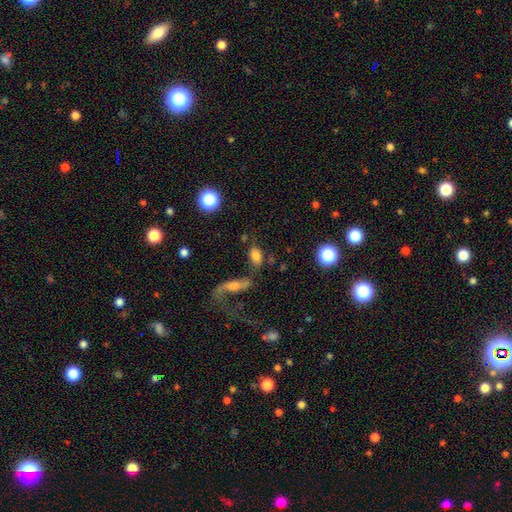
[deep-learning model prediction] Smooth or featured?
  - smooth: 73% *
  - featured or disk: 14%
  - star or artifact: 12%
How rounded?
  - in between: 82% *
  - round: 14%
  - cigar-shaped: 4%
Merging?
  - none: 54% *
  - merger: 19%
  - minor disturbance: 16%
  - major disturbance: 11%